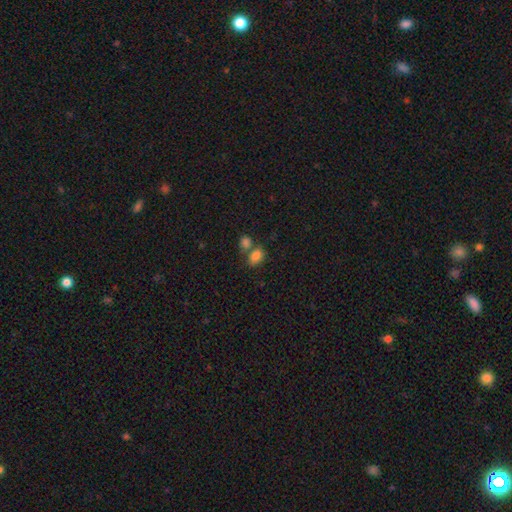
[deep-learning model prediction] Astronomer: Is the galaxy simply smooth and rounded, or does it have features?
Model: smooth — 83%.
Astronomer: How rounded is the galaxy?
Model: in between — 79%.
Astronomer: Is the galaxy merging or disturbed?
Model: merger — 44% (runner-up: none, 41%).